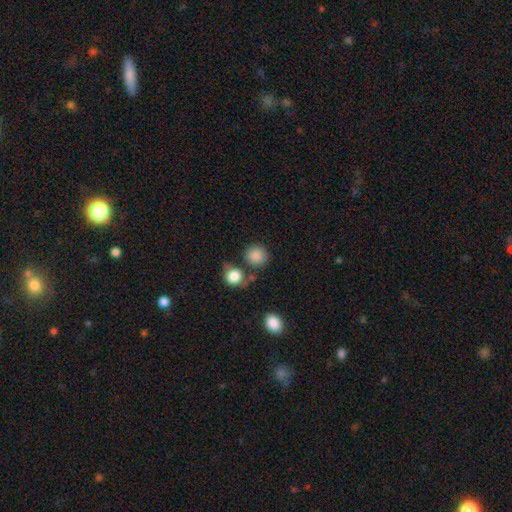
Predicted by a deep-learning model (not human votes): The model was most divided on "merging": none: 73%, merger: 12%, minor disturbance: 11%, major disturbance: 4%. More confident: how rounded — round (89%); smooth or featured — smooth (86%).